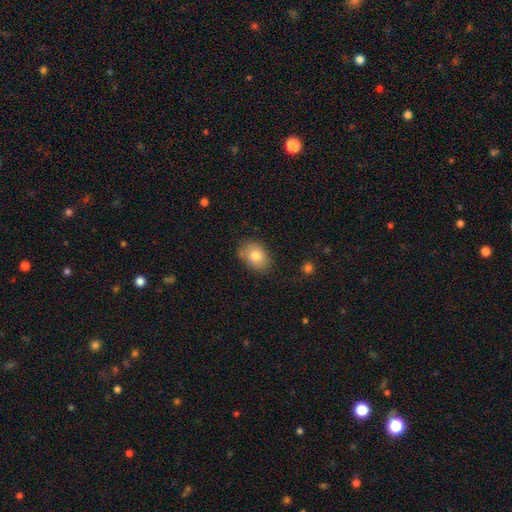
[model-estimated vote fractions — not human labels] Smooth or featured? smooth (79%)
How rounded? in between (75%)
Merging? none (78%)